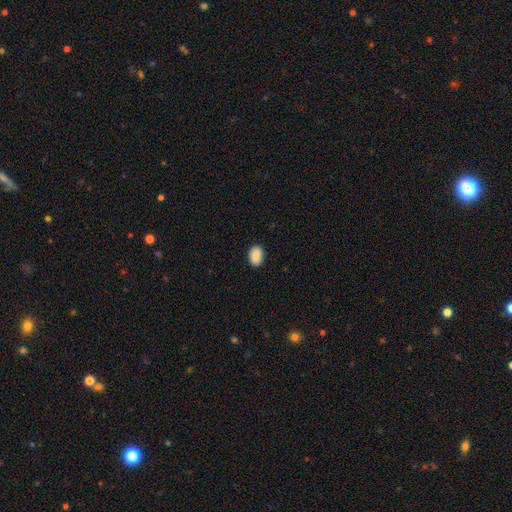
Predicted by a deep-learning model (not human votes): Q: Smooth or featured?
A: smooth (89%); runner-up: star or artifact (7%)
Q: How rounded?
A: in between (86%); runner-up: round (13%)
Q: Merging?
A: none (90%); runner-up: minor disturbance (8%)